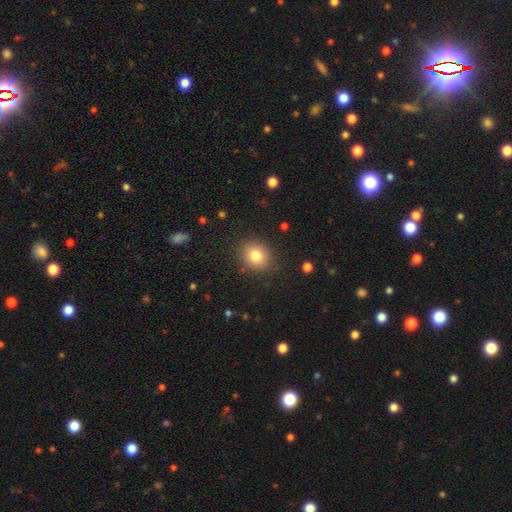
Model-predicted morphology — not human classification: smooth 81%, star or artifact 11%, featured or disk 8%. Down the decision tree: how rounded — round (68%); merging — none (88%).